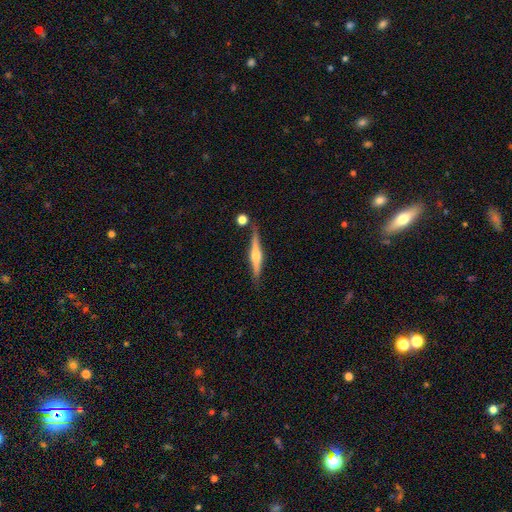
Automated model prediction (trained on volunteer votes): smooth_or_featured: featured or disk (p=0.73) [alt: smooth p=0.21]
disk_edge_on: yes (p=0.98) [alt: no p=0.02]
edge_on_bulge: rounded (p=0.91) [alt: boxy p=0.06]
merging: none (p=0.80) [alt: minor disturbance p=0.11]